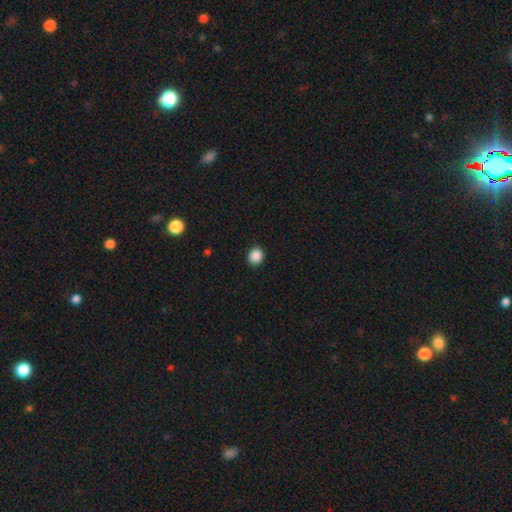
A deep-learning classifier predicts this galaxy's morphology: Q: Smooth or featured?
A: smooth (88%); runner-up: star or artifact (9%)
Q: How rounded?
A: round (69%); runner-up: in between (30%)
Q: Merging?
A: none (89%); runner-up: minor disturbance (8%)